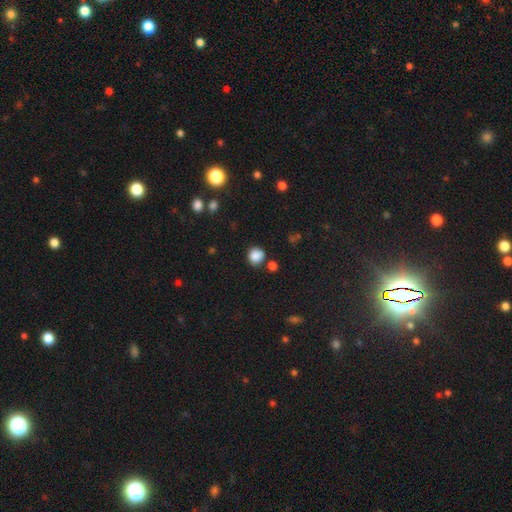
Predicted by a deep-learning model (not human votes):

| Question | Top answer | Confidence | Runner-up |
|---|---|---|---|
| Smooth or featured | smooth | 85% | star or artifact (11%) |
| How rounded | round | 86% | in between (14%) |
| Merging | none | 74% | minor disturbance (14%) |